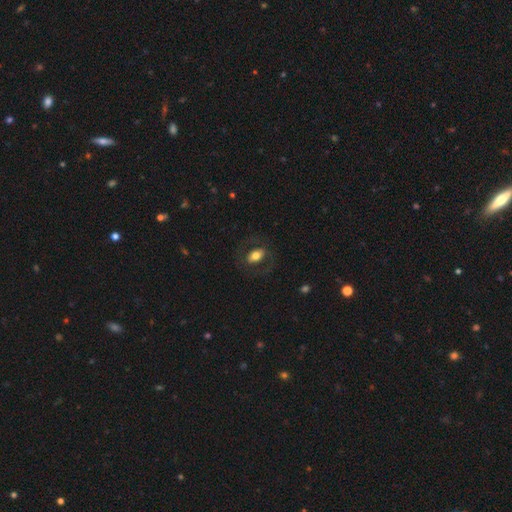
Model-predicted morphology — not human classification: Smooth or featured?
  - smooth: 64% *
  - featured or disk: 29%
  - star or artifact: 8%
How rounded?
  - in between: 84% *
  - round: 14%
  - cigar-shaped: 2%
Merging?
  - none: 77% *
  - minor disturbance: 11%
  - major disturbance: 10%
  - merger: 1%